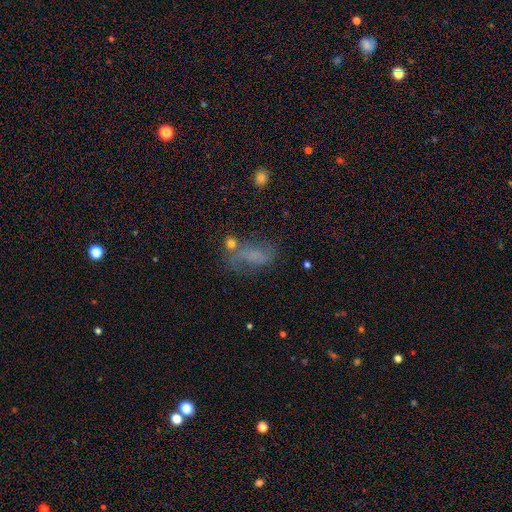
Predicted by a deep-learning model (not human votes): Q: Smooth or featured?
A: smooth (45%); runner-up: featured or disk (38%)
Q: Merging?
A: none (40%); runner-up: major disturbance (27%)